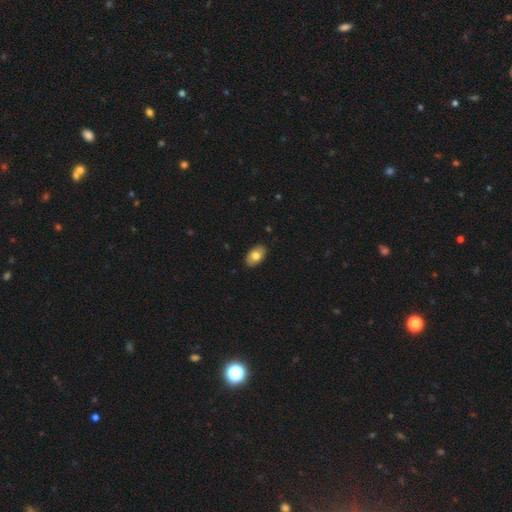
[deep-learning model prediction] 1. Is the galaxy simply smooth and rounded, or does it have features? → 77% smooth, 17% featured or disk, 7% star or artifact.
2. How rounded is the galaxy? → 93% in between, 6% round, 1% cigar-shaped.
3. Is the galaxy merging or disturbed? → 89% none, 9% minor disturbance, 2% major disturbance, 1% merger.